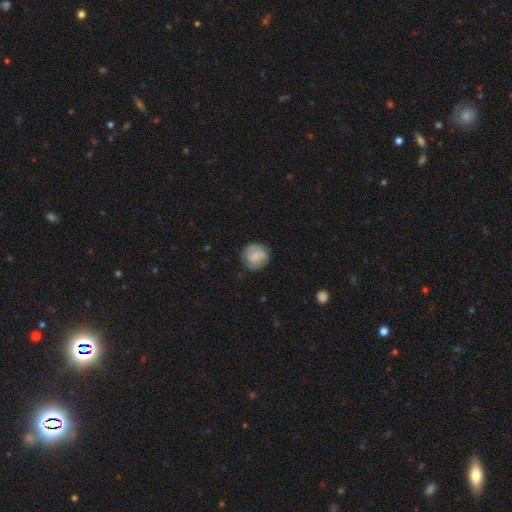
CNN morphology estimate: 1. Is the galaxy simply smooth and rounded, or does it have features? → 62% smooth, 31% featured or disk, 8% star or artifact.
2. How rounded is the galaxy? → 86% round, 13% in between, 1% cigar-shaped.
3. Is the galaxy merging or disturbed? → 74% none, 18% minor disturbance, 6% major disturbance, 2% merger.